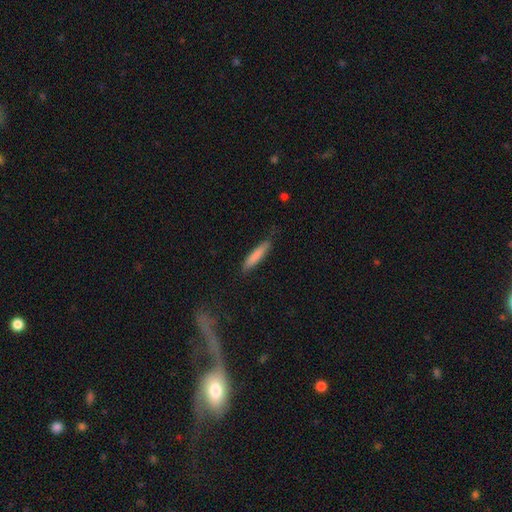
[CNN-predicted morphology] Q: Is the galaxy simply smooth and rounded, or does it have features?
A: smooth — 82%.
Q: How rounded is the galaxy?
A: cigar-shaped — 88%.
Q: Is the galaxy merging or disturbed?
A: none — 83%.